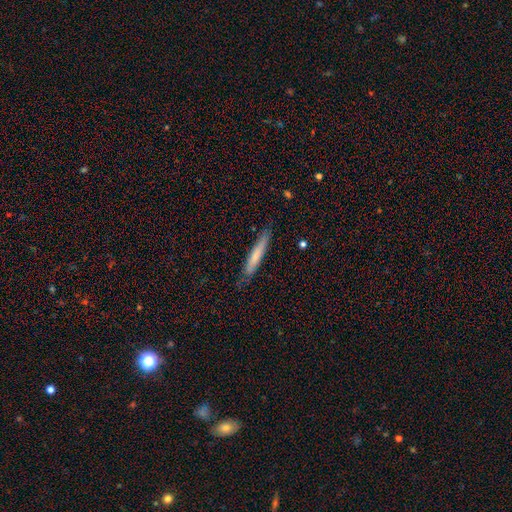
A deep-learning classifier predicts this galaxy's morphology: The model was most divided on "smooth or featured": smooth: 65%, featured or disk: 29%, star or artifact: 6%. More confident: how rounded — cigar-shaped (94%); merging — none (81%).